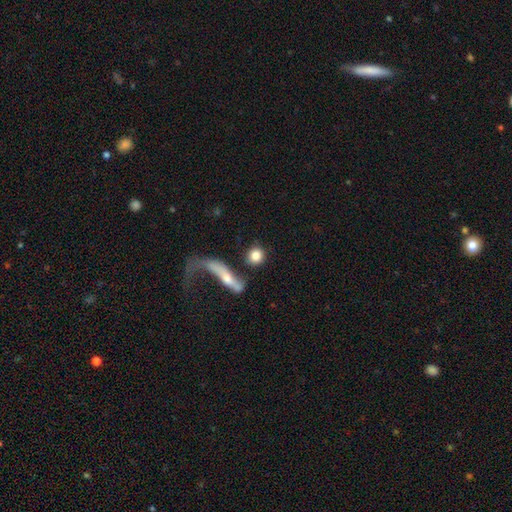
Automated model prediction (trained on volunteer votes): Smooth or featured? smooth (81%)
How rounded? round (82%)
Merging? none (67%)